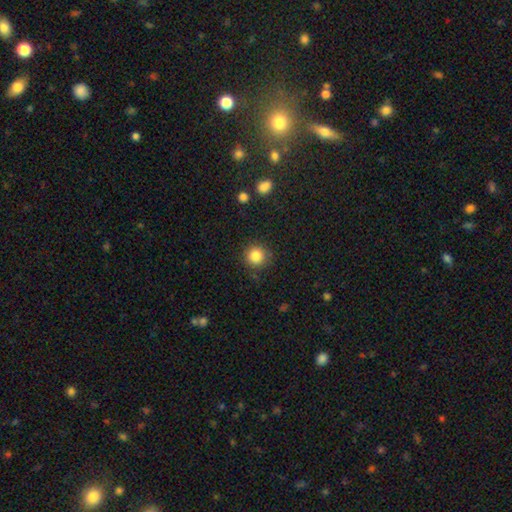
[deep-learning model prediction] Q: Smooth or featured?
A: smooth (84%); runner-up: star or artifact (11%)
Q: How rounded?
A: round (93%); runner-up: in between (6%)
Q: Merging?
A: none (88%); runner-up: minor disturbance (8%)